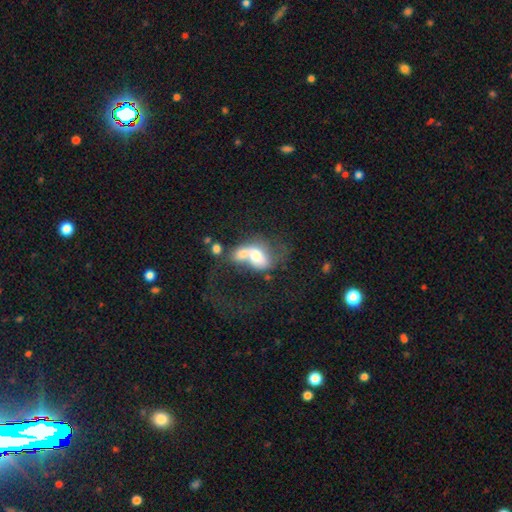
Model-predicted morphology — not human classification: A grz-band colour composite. It shows a smooth galaxy with no disk features (55%) that is in between round and cigar-shaped (72%). Merging: merger (72%).